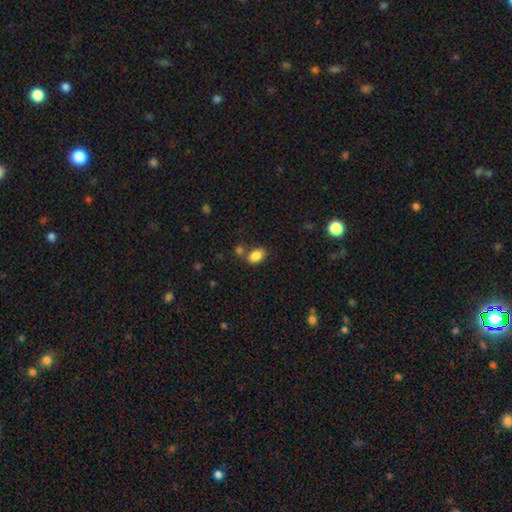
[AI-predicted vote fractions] smooth-or-featured: smooth: 86% | star or artifact: 9% | featured or disk: 6%
  how-rounded: in between: 87% | round: 12% | cigar-shaped: 1%
  merging: none: 67% | merger: 17% | minor disturbance: 13% | major disturbance: 4%